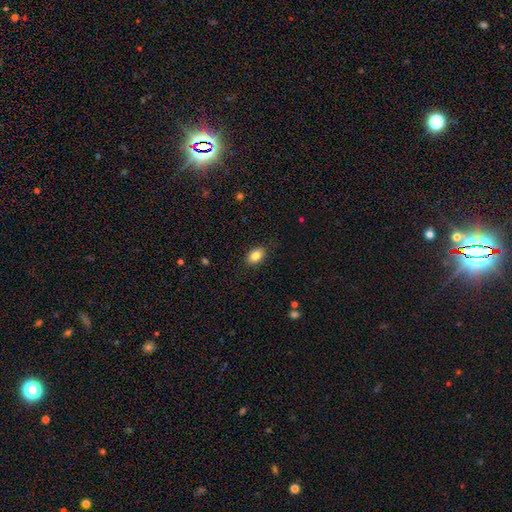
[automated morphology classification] The model was most divided on "how rounded": in between: 84%, round: 14%, cigar-shaped: 1%. More confident: merging — none (88%); smooth or featured — smooth (85%).